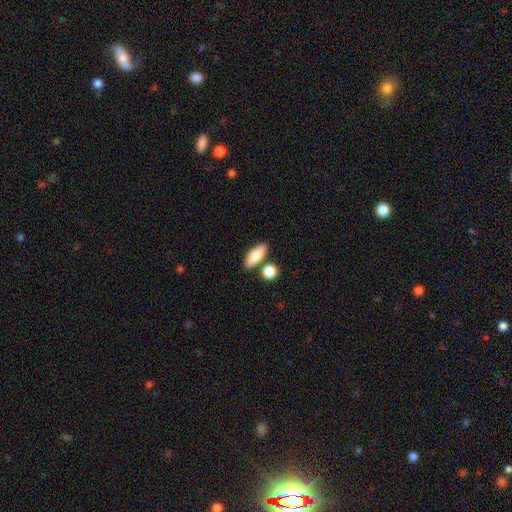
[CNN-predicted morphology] Smooth or featured? Predicted: smooth (p=0.83). How rounded? Predicted: in between (p=0.75). Merging? Predicted: none (p=0.74).